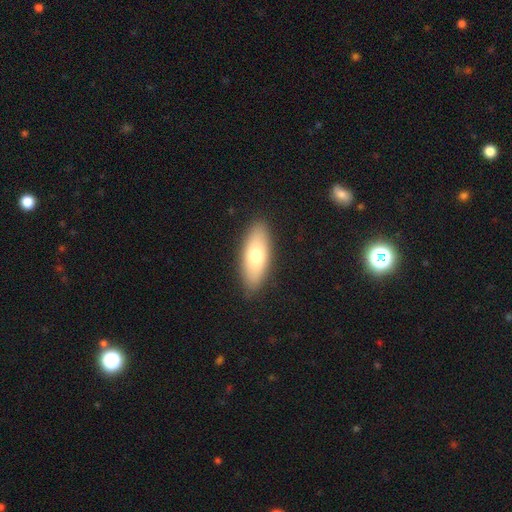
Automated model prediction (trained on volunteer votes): Q: Smooth or featured?
A: smooth (71%); runner-up: featured or disk (23%)
Q: How rounded?
A: in between (73%); runner-up: cigar-shaped (24%)
Q: Merging?
A: none (88%); runner-up: minor disturbance (9%)